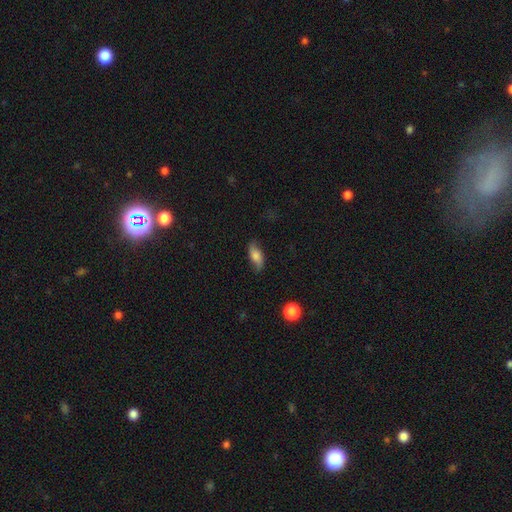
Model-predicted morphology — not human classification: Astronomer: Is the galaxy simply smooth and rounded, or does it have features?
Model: smooth — 67%.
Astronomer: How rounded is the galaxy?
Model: in between — 82%.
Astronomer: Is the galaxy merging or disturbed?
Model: none — 75%.